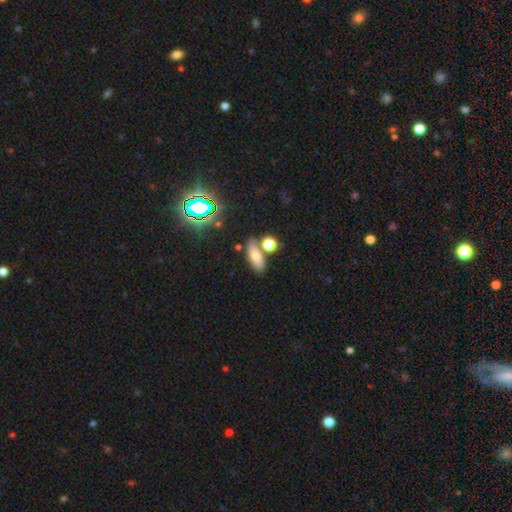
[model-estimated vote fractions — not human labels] A smooth galaxy with no disk features (67%) that is in between round and cigar-shaped (68%).

Vote fractions:
- Smooth or featured? smooth: 67% / featured or disk: 17% / star or artifact: 16%
- How rounded? in between: 68% / cigar-shaped: 23% / round: 9%
- Merging? none: 67% / merger: 15% / minor disturbance: 13% / major disturbance: 4%